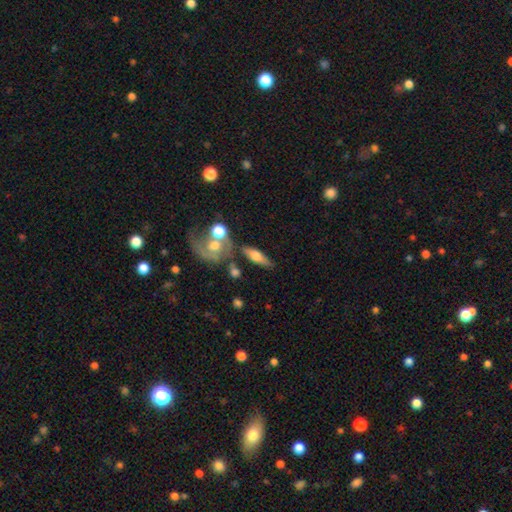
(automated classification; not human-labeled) smooth_or_featured: smooth (p=0.52) [alt: featured or disk p=0.40]
how_rounded: in between (p=0.54) [alt: cigar-shaped p=0.40]
merging: none (p=0.61) [alt: merger p=0.18]